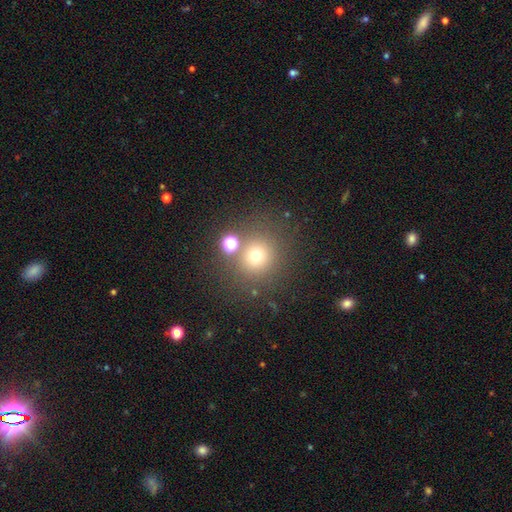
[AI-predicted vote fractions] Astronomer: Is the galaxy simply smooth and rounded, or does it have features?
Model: smooth — 69%.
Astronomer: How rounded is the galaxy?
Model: round — 91%.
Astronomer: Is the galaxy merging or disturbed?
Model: none — 75%.